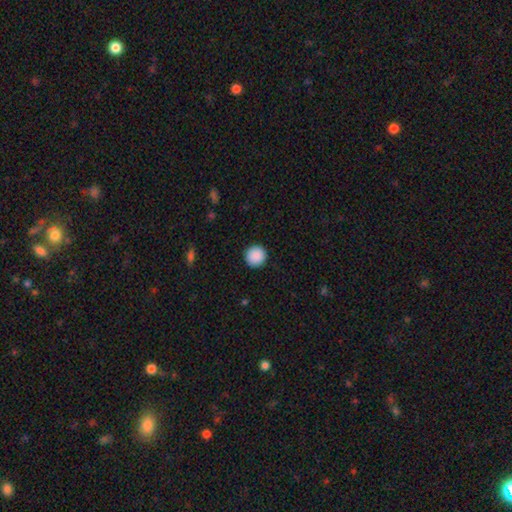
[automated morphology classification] Q: Smooth or featured?
A: smooth (90%); runner-up: star or artifact (8%)
Q: How rounded?
A: round (96%); runner-up: in between (3%)
Q: Merging?
A: none (93%); runner-up: minor disturbance (5%)